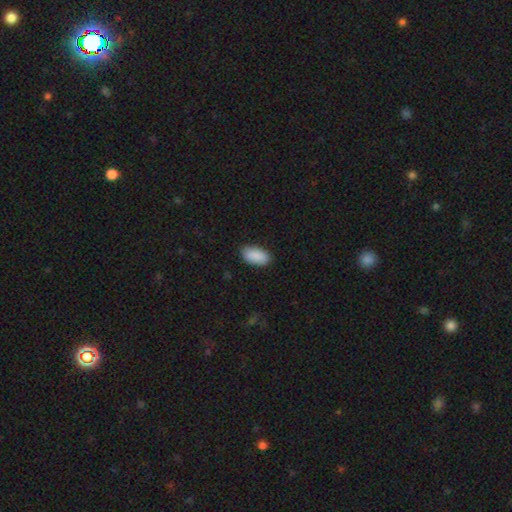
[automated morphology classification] Smooth or featured? Predicted: smooth (p=0.91). How rounded? Predicted: in between (p=0.95). Merging? Predicted: none (p=0.86).